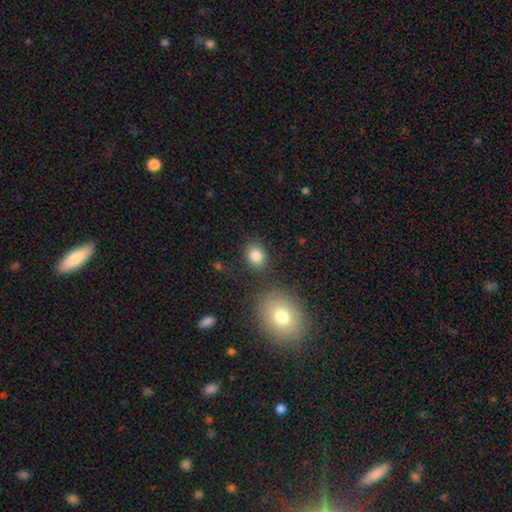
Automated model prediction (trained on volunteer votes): Morphology: type=smooth (83%); roundness=round (55%); merging=none (80%).